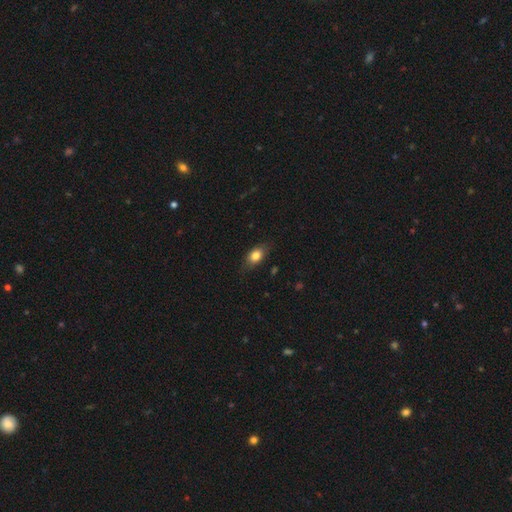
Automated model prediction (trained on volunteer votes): smooth_or_featured: smooth (p=0.80) [alt: featured or disk p=0.12]
how_rounded: in between (p=0.82) [alt: round p=0.12]
merging: none (p=0.78) [alt: minor disturbance p=0.17]